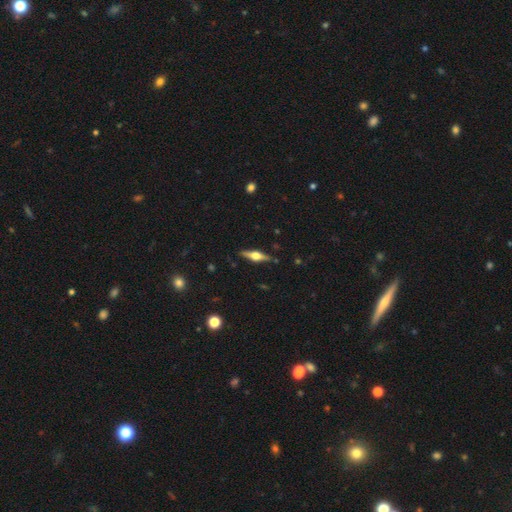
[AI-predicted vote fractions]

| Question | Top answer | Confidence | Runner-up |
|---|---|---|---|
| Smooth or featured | featured or disk | 72% | smooth (22%) |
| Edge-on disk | yes | 97% | no (3%) |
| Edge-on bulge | rounded | 93% | boxy (6%) |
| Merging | none | 89% | minor disturbance (8%) |